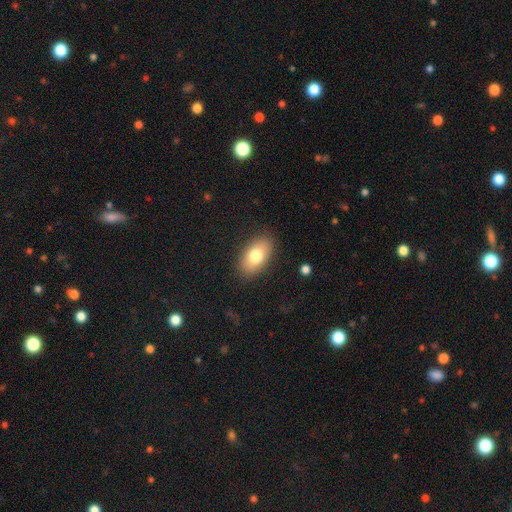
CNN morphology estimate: Smooth or featured? smooth (77%)
How rounded? in between (92%)
Merging? none (86%)